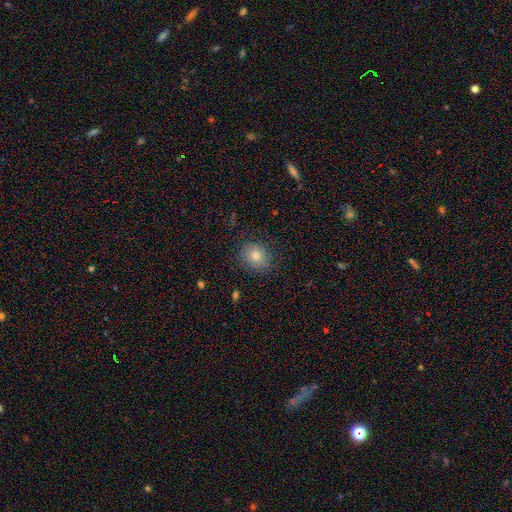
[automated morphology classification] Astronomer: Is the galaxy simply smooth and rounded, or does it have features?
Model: smooth — 75%.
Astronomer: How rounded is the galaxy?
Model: round — 68%.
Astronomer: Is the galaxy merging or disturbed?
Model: none — 84%.